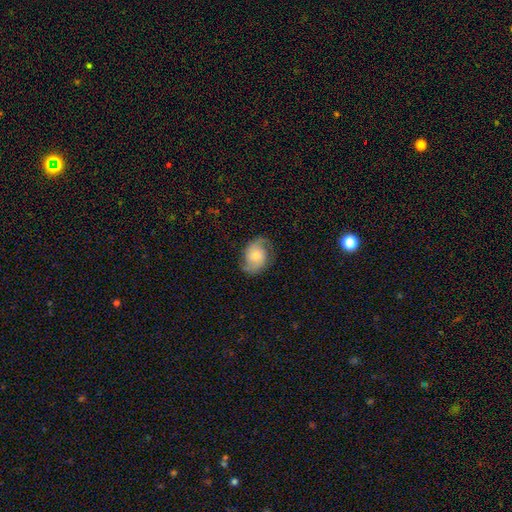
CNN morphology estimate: This appears to be a featured or disk galaxy (69%) with no bar (73%), 2 (89%) medium (45%) spiral arms (93%) and a small central bulge (43%). Merging: none (73%).